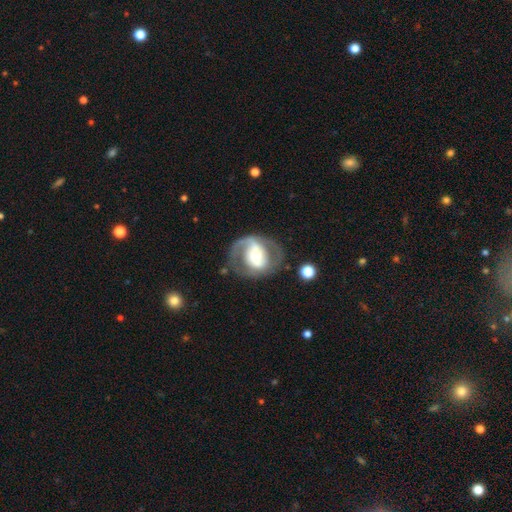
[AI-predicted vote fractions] Smooth or featured? Predicted: featured or disk (p=0.73). Edge-on disk? Predicted: no (p=0.96). Bar? Predicted: no (p=0.40). Spiral arms? Predicted: yes (p=0.64). Bulge size? Predicted: moderate (p=0.62). Merging? Predicted: none (p=0.70).